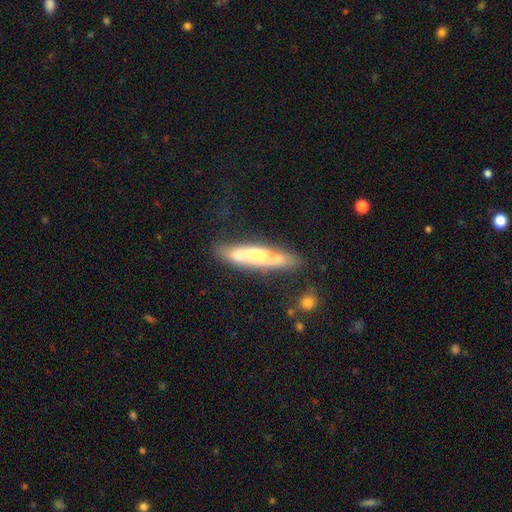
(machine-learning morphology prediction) This appears to be a featured or disk galaxy (50%). Merging: none (61%).